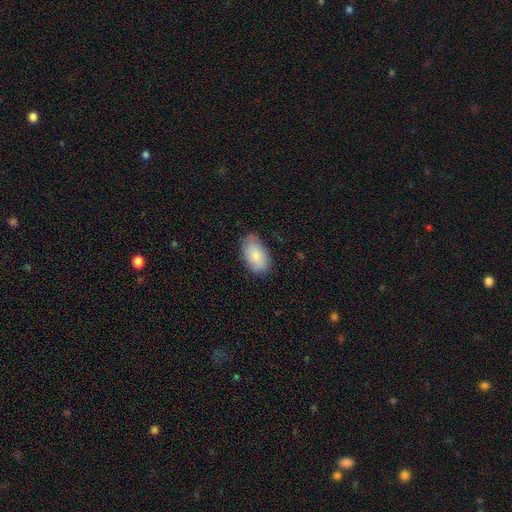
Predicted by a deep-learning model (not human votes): Q: Smooth or featured?
A: smooth (81%); runner-up: featured or disk (12%)
Q: How rounded?
A: in between (93%); runner-up: round (5%)
Q: Merging?
A: none (74%); runner-up: minor disturbance (21%)